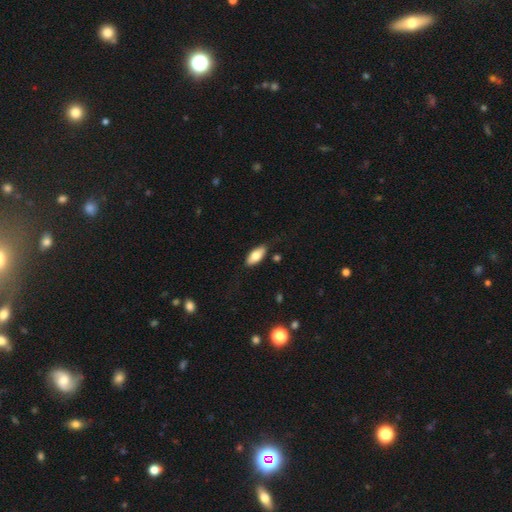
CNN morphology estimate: The model was most divided on "smooth or featured": smooth: 76%, featured or disk: 17%, star or artifact: 6%. More confident: how rounded — in between (86%); merging — none (78%).